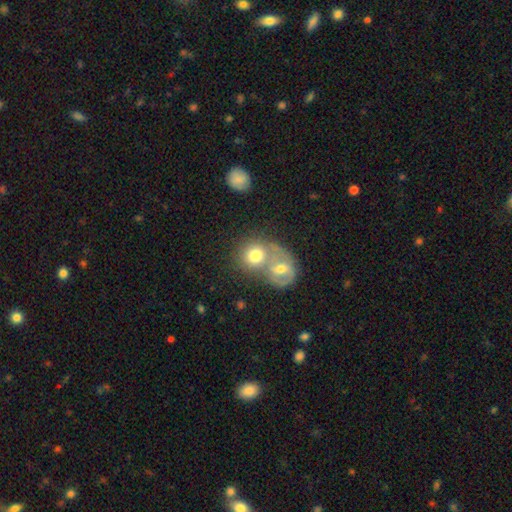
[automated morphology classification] type=smooth (65%); roundness=round (74%); merging=merger (62%).